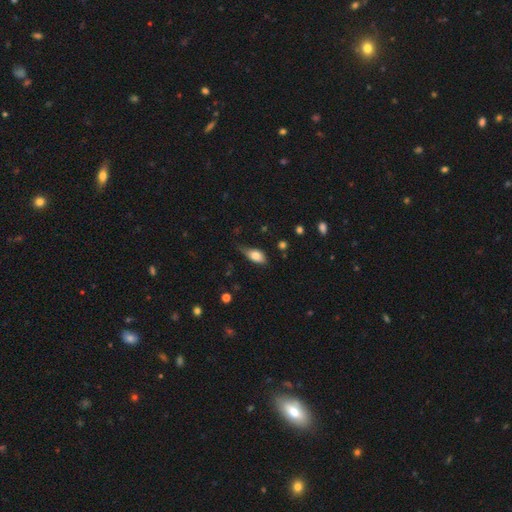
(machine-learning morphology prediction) Smooth or featured?
  - smooth: 76% *
  - featured or disk: 16%
  - star or artifact: 7%
How rounded?
  - in between: 85% *
  - cigar-shaped: 9%
  - round: 6%
Merging?
  - none: 46% *
  - minor disturbance: 39%
  - major disturbance: 12%
  - merger: 2%